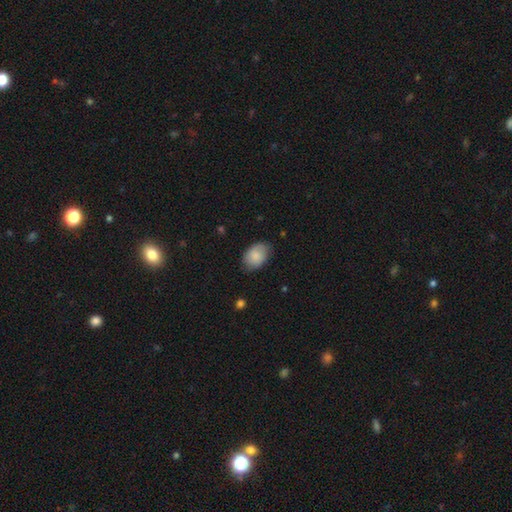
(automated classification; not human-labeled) Overall: smooth (84%). How rounded: in between (86%). Merging: none (75%).